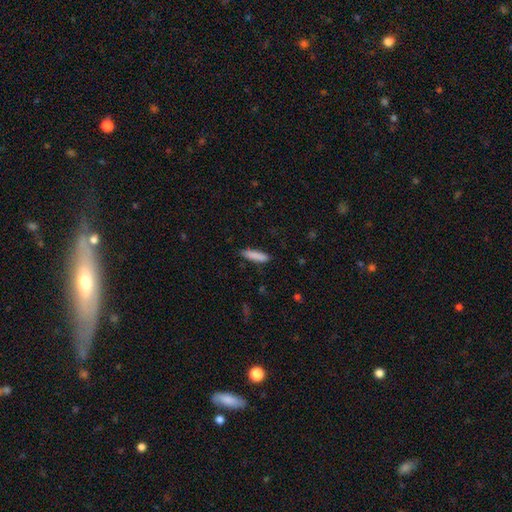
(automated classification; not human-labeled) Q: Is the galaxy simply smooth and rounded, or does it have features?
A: smooth — 87%.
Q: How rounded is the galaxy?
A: cigar-shaped — 73%.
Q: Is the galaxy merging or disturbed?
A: none — 84%.